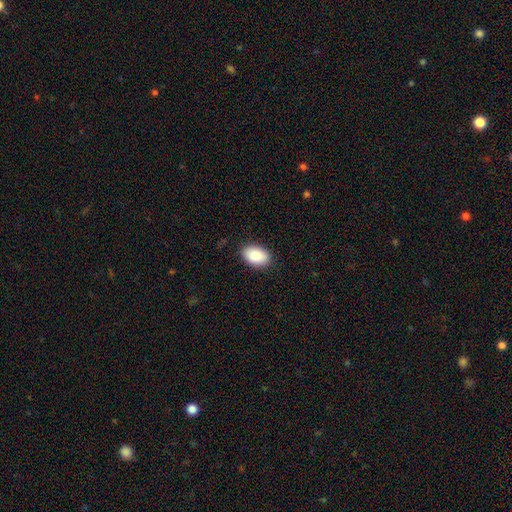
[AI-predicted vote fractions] smooth-or-featured: smooth: 89% | star or artifact: 6% | featured or disk: 5%
  how-rounded: in between: 91% | round: 8% | cigar-shaped: 1%
  merging: none: 88% | minor disturbance: 9% | major disturbance: 2% | merger: 1%